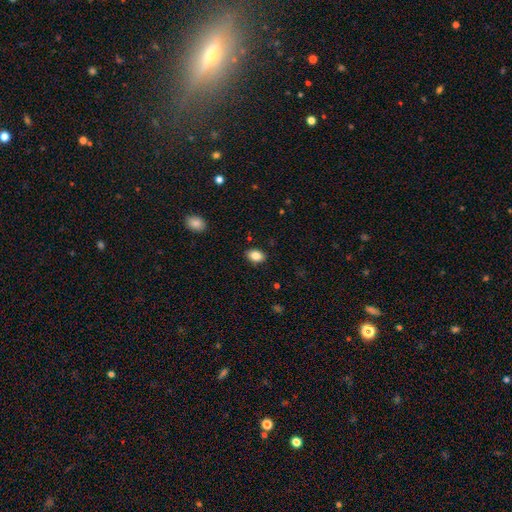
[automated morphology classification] Q: Smooth or featured?
A: smooth (86%); runner-up: star or artifact (9%)
Q: How rounded?
A: in between (78%); runner-up: round (21%)
Q: Merging?
A: none (88%); runner-up: minor disturbance (9%)